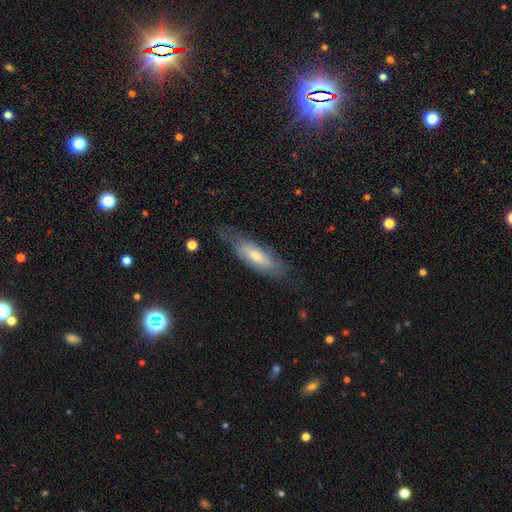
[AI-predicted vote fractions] Smooth or featured? Predicted: smooth (p=0.54). How rounded? Predicted: in between (p=0.55). Merging? Predicted: none (p=0.63).